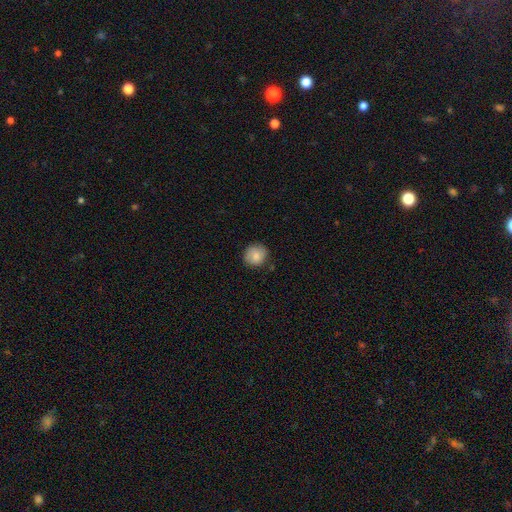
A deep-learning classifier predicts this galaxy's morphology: smooth_or_featured: smooth (p=0.83) [alt: featured or disk p=0.09]
how_rounded: round (p=0.84) [alt: in between p=0.15]
merging: none (p=0.82) [alt: minor disturbance p=0.14]